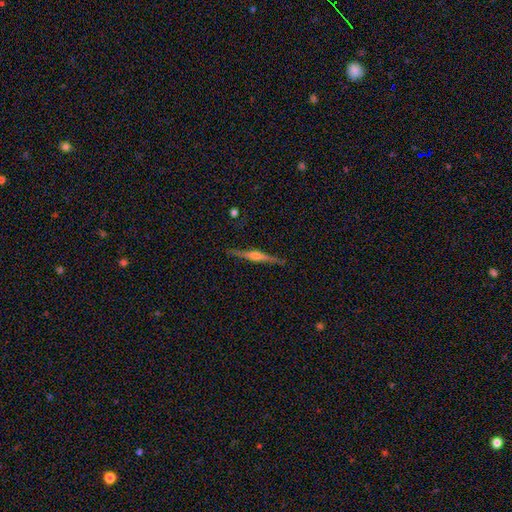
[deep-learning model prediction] The model was most divided on "smooth or featured": featured or disk: 78%, smooth: 16%, star or artifact: 6%. More confident: edge-on disk — yes (98%); merging — none (89%); edge-on bulge — rounded (77%).